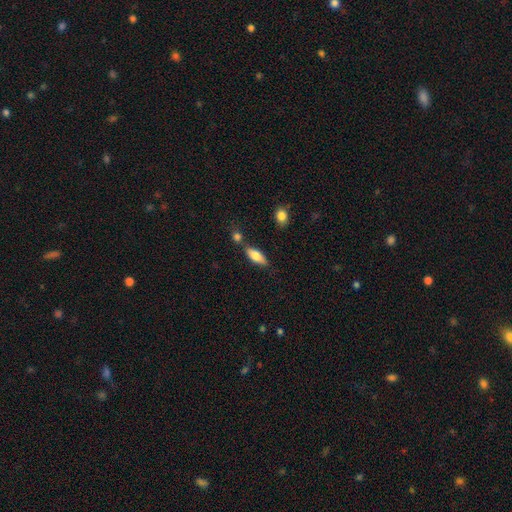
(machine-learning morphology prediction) smooth-or-featured: smooth: 75% | featured or disk: 19% | star or artifact: 6%
  how-rounded: in between: 73% | cigar-shaped: 24% | round: 2%
  merging: none: 70% | minor disturbance: 14% | merger: 12% | major disturbance: 3%